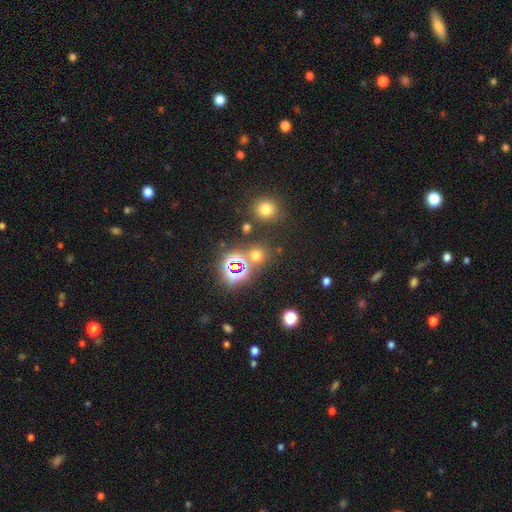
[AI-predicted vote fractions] A smooth galaxy with no disk features (51%) that is round (83%). Merging: none (74%).